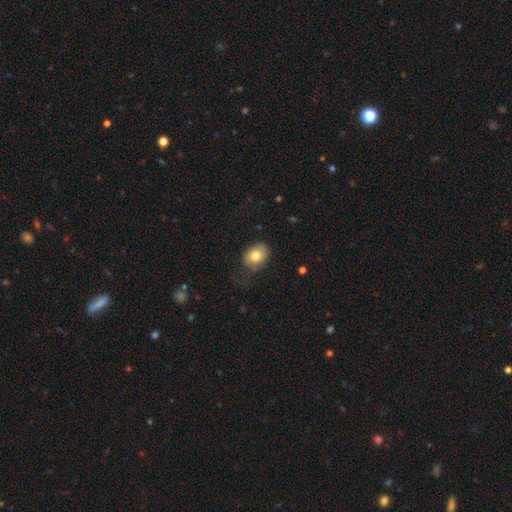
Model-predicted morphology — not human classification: Overall: smooth (78%). How rounded: in between (63%; round 36%). Merging: none (61%; minor disturbance 26%).